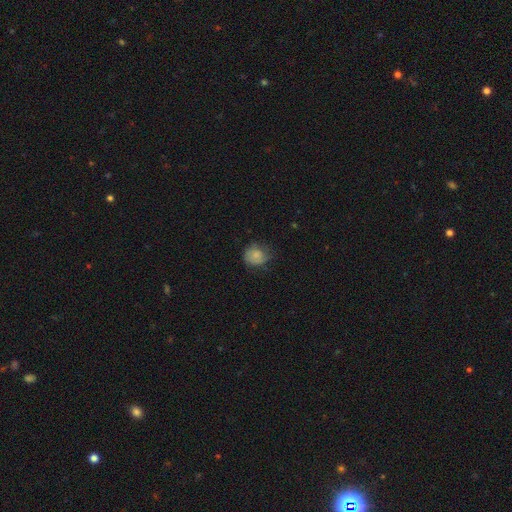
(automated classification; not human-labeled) smooth 78%, featured or disk 13%, star or artifact 10%. Down the decision tree: how rounded — round (75%); merging — none (60%).